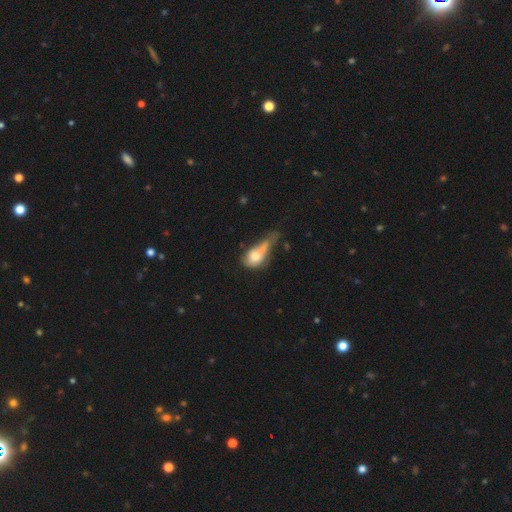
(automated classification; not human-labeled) A smooth galaxy with no disk features (70%) that is in between round and cigar-shaped (69%).

Vote fractions:
- Smooth or featured? smooth: 70% / featured or disk: 22% / star or artifact: 9%
- How rounded? in between: 69% / round: 22% / cigar-shaped: 8%
- Merging? major disturbance: 40% / minor disturbance: 23% / merger: 22% / none: 15%